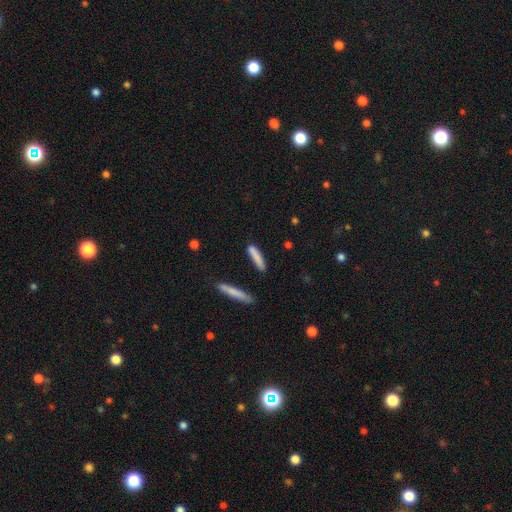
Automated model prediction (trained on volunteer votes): smooth-or-featured: smooth: 80% | featured or disk: 14% | star or artifact: 7%
  how-rounded: cigar-shaped: 89% | in between: 10% | round: 2%
  merging: none: 79% | minor disturbance: 14% | merger: 4% | major disturbance: 3%